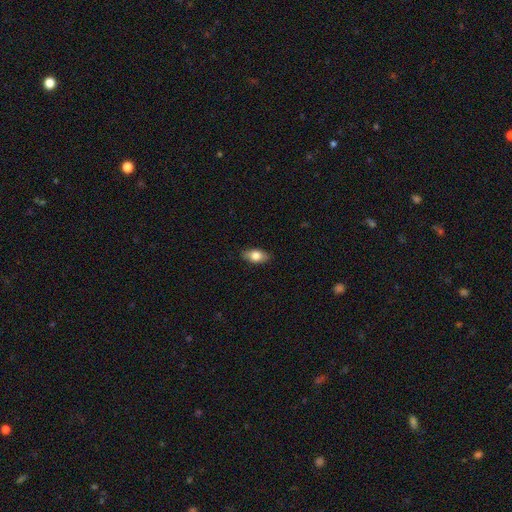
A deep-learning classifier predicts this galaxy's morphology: The model was most divided on "smooth or featured": smooth: 79%, featured or disk: 15%, star or artifact: 7%. More confident: how rounded — in between (89%); merging — none (88%).